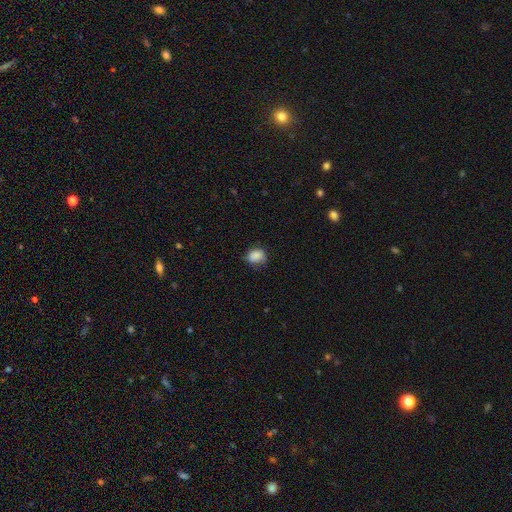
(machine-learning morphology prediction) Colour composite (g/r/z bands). It shows a smooth galaxy with no disk features (85%) that is round (56%). Merging: none (65%).